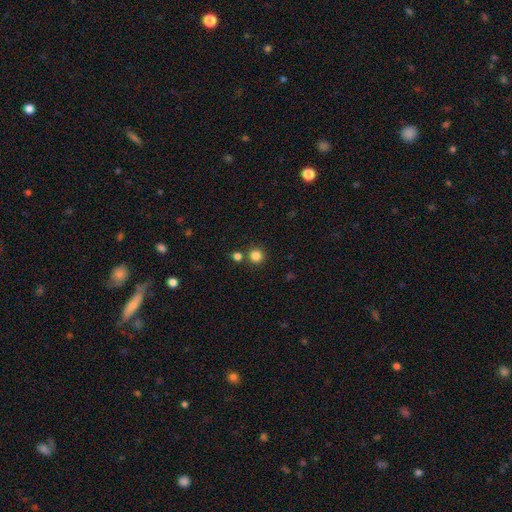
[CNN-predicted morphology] type=smooth (83%); roundness=round (94%); merging=none (81%).